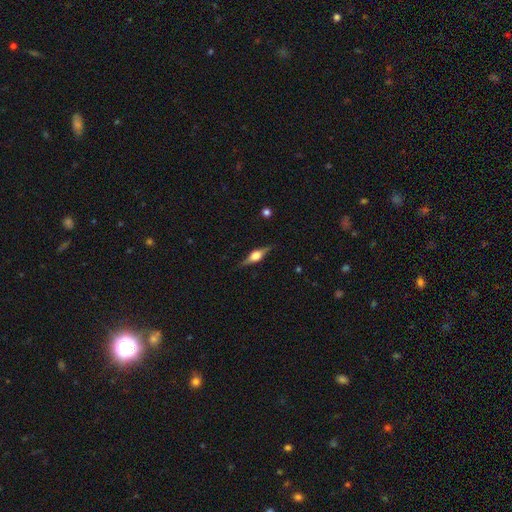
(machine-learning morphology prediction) The model was most divided on "smooth or featured": featured or disk: 74%, smooth: 20%, star or artifact: 6%. More confident: edge-on disk — yes (97%); edge-on bulge — rounded (91%); merging — none (87%).